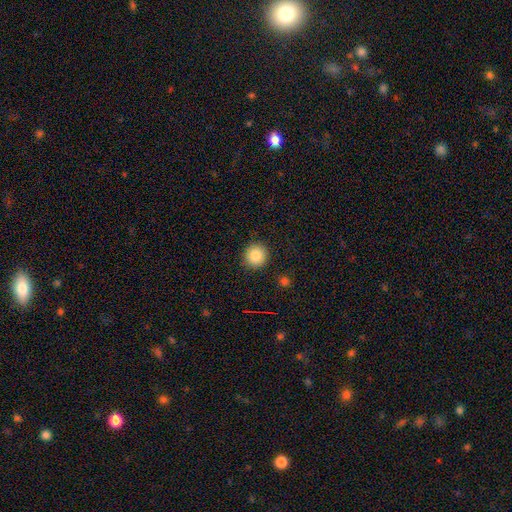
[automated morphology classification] Q: Smooth or featured?
A: smooth (85%); runner-up: star or artifact (10%)
Q: How rounded?
A: round (93%); runner-up: in between (6%)
Q: Merging?
A: none (90%); runner-up: minor disturbance (6%)